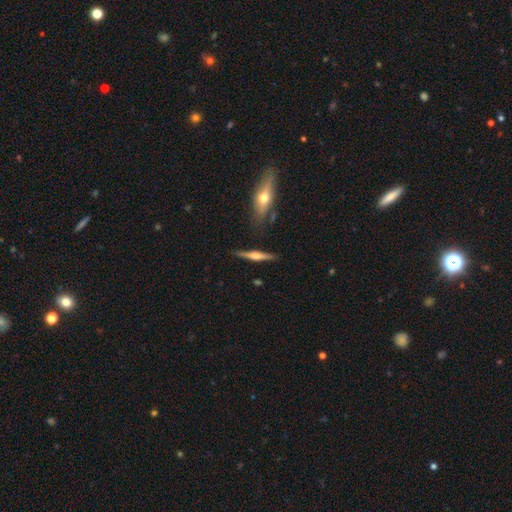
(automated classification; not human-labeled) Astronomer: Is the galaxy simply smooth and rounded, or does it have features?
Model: featured or disk — 65%.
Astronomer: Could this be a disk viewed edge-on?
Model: yes — 97%.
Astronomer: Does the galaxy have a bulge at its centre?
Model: rounded — 84%.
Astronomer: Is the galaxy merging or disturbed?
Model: none — 85%.